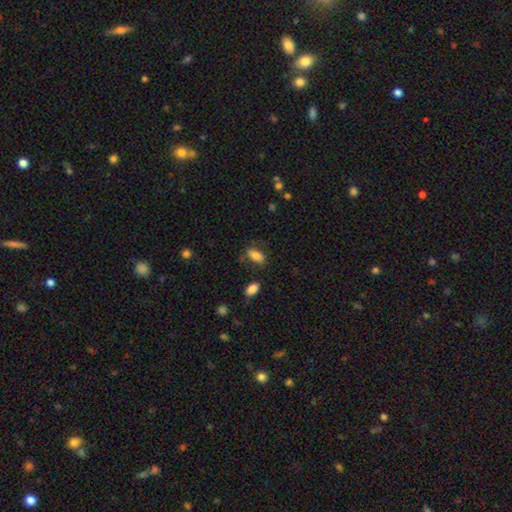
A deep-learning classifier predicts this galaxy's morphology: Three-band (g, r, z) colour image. It shows a smooth galaxy with no disk features (81%) that is in between round and cigar-shaped (88%). Merging: none (73%).